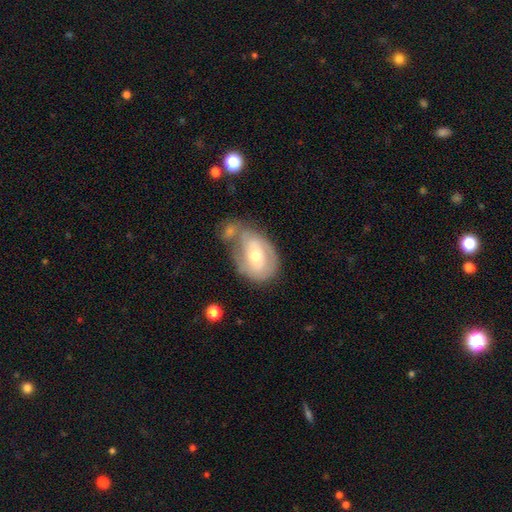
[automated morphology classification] This is possibly a featured or disk galaxy (56%). It is clearly not viewed edge-on (95%). Bar: possibly no (50%). Spiral arm pattern: likely yes (62%). Central bulge: likely moderate (64%). Merging: marginally none (37%).